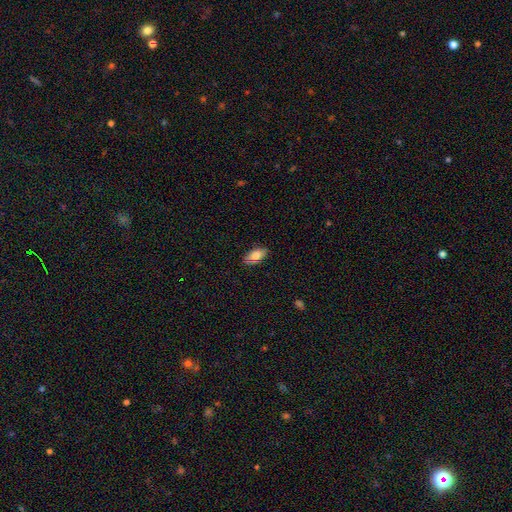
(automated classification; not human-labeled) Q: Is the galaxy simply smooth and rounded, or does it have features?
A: smooth — 78%.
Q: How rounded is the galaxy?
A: in between — 90%.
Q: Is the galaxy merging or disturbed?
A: none — 84%.